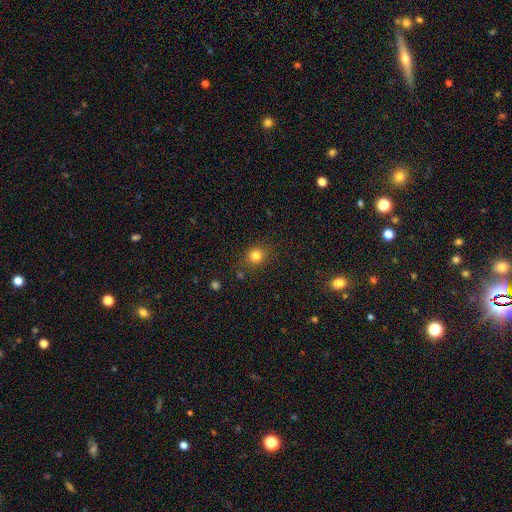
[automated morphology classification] smooth 81%, star or artifact 13%, featured or disk 6%. Down the decision tree: how rounded — round (82%); merging — none (85%).